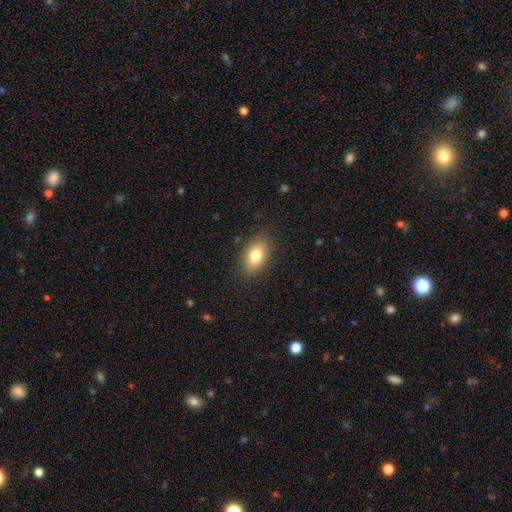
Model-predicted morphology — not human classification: This appears to be a smooth galaxy with no disk features (79%) that is in between round and cigar-shaped (88%). Merging: none (86%).